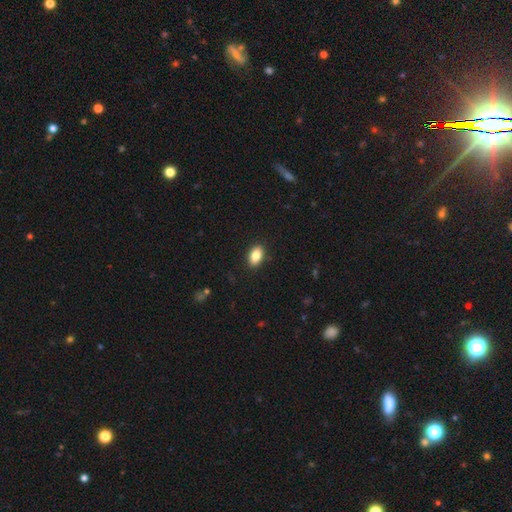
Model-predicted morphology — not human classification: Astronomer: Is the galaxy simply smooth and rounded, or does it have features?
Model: smooth — 85%.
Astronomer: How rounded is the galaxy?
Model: in between — 90%.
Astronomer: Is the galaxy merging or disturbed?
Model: none — 89%.